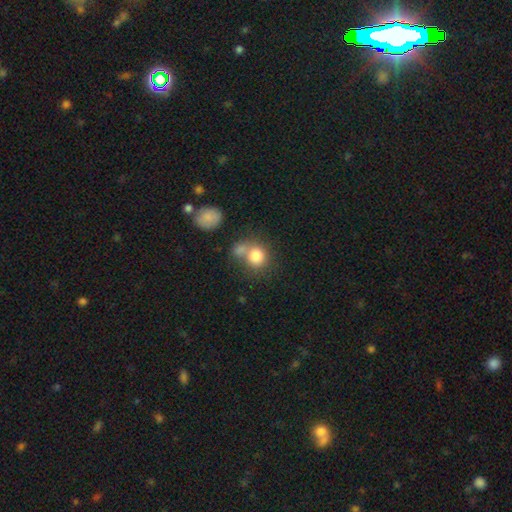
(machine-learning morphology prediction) The model was most divided on "merging": none: 46%, merger: 34%, minor disturbance: 13%, major disturbance: 8%. More confident: smooth or featured — smooth (81%); how rounded — round (80%).